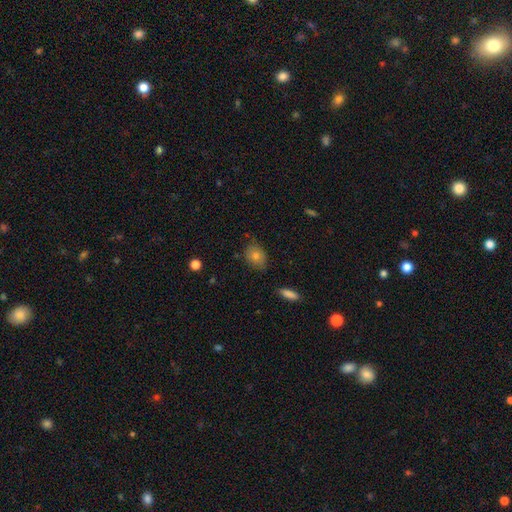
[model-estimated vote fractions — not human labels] This appears to be a smooth galaxy with no disk features (73%) that is in between round and cigar-shaped (67%). Merging: none (76%).